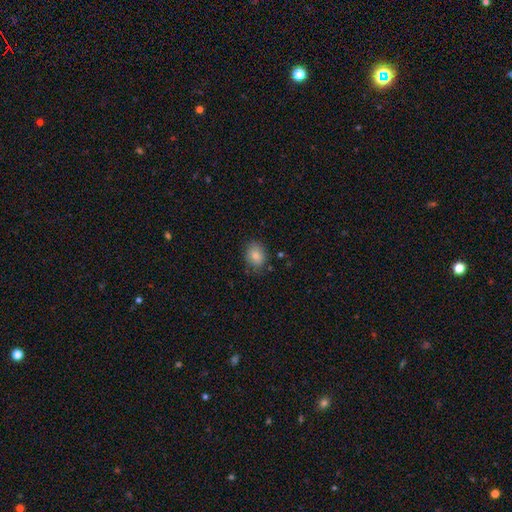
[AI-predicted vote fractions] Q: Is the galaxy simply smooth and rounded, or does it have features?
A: smooth — 83%.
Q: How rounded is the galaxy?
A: in between — 54%.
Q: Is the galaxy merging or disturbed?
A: none — 78%.